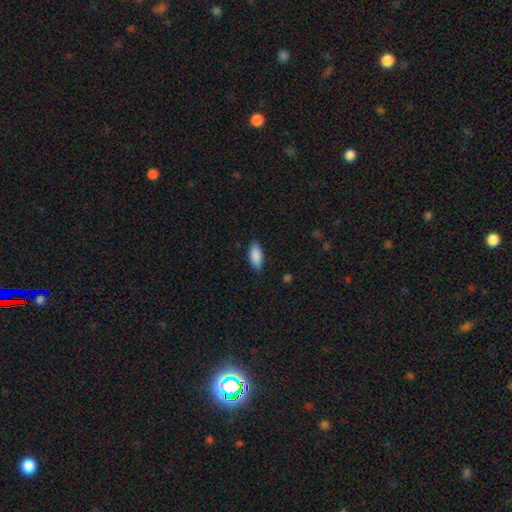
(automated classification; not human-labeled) Smooth or featured: smooth — 89% (star or artifact — 6%)
How rounded: in between — 84% (cigar-shaped — 14%)
Merging: none — 84% (minor disturbance — 13%)